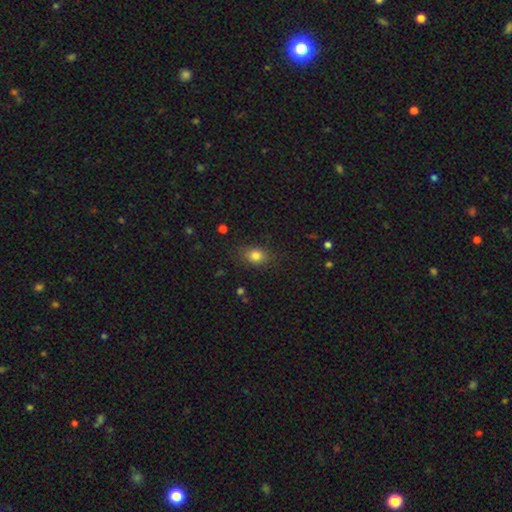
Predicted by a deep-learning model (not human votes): A smooth galaxy with no disk features (82%) that is in between round and cigar-shaped (62%). Merging: none (80%).